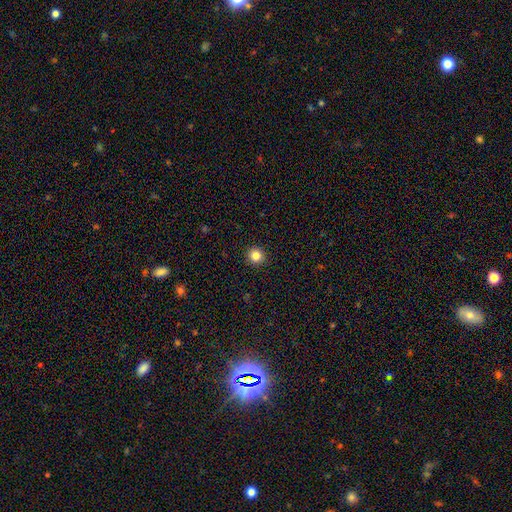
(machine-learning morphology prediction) Overall: smooth (84%). How rounded: round (95%). Merging: none (93%).